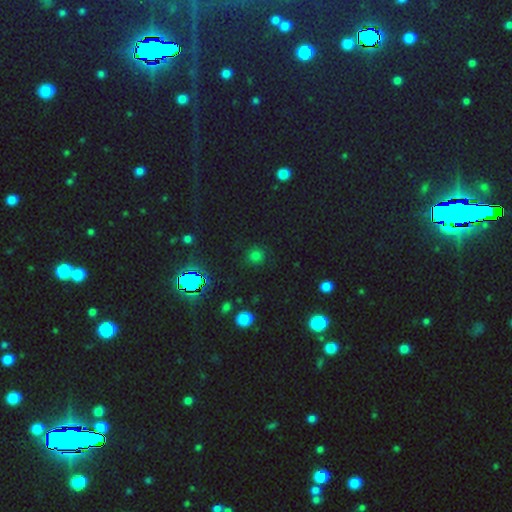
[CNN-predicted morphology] Overall: smooth (60%; star or artifact 35%). How rounded: round (90%). Merging: none (85%).